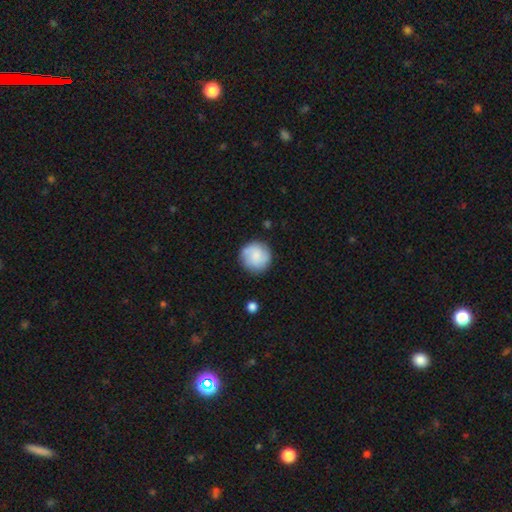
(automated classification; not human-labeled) Smooth or featured? Predicted: smooth (p=0.64). How rounded? Predicted: round (p=0.93). Merging? Predicted: none (p=0.82).